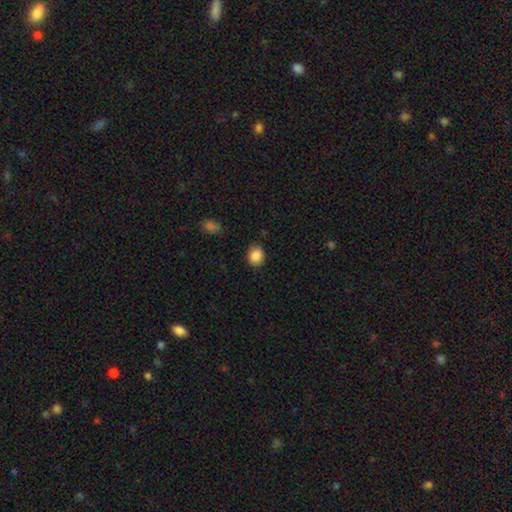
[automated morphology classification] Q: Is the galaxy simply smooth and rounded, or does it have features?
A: smooth — 87%.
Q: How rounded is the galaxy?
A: round — 58%.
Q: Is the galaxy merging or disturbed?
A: none — 84%.